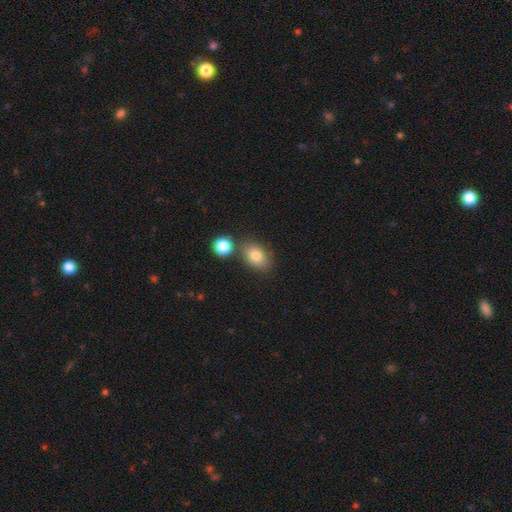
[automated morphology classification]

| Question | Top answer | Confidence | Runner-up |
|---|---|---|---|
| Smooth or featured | smooth | 80% | featured or disk (11%) |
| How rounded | in between | 77% | round (21%) |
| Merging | none | 66% | merger (17%) |